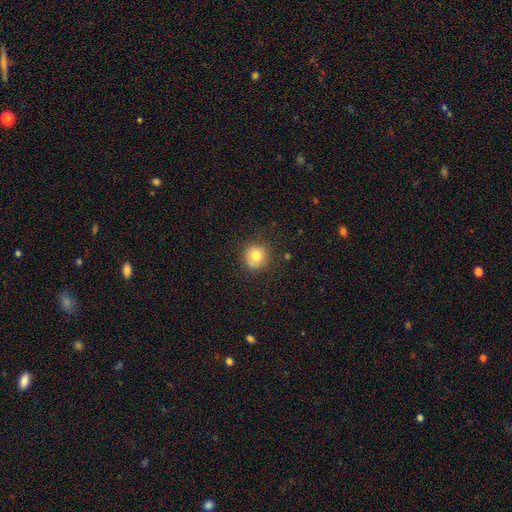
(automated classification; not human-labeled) smooth_or_featured: smooth (p=0.79) [alt: star or artifact p=0.10]
how_rounded: round (p=0.92) [alt: in between p=0.07]
merging: none (p=0.81) [alt: minor disturbance p=0.14]